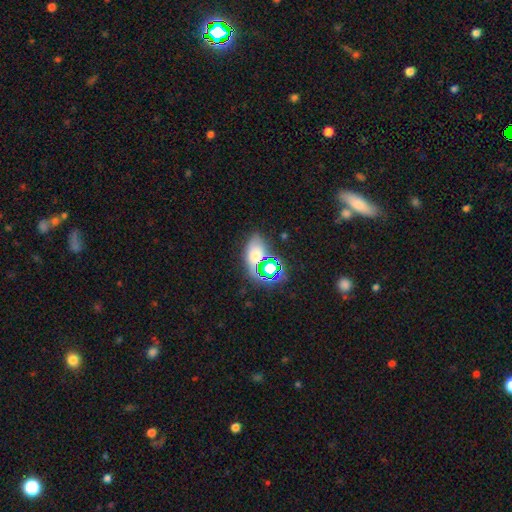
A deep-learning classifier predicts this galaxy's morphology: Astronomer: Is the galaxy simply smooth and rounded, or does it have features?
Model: smooth — 46% (runner-up: star or artifact, 40%).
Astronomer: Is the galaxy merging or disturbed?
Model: none — 66%.